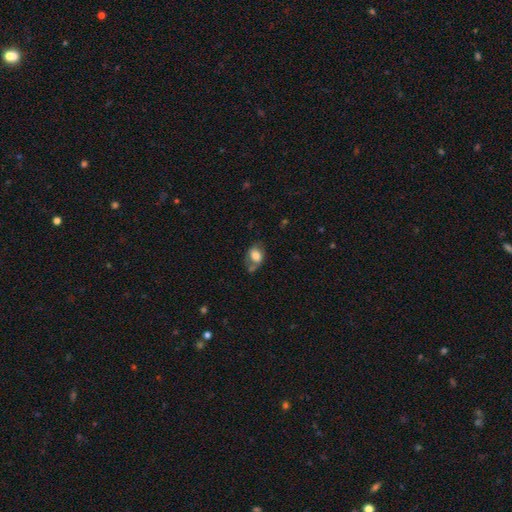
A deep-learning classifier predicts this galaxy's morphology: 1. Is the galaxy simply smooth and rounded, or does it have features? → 70% smooth, 21% featured or disk, 9% star or artifact.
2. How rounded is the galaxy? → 70% in between, 29% round, 1% cigar-shaped.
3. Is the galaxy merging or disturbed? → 42% none, 26% minor disturbance, 17% merger, 16% major disturbance.